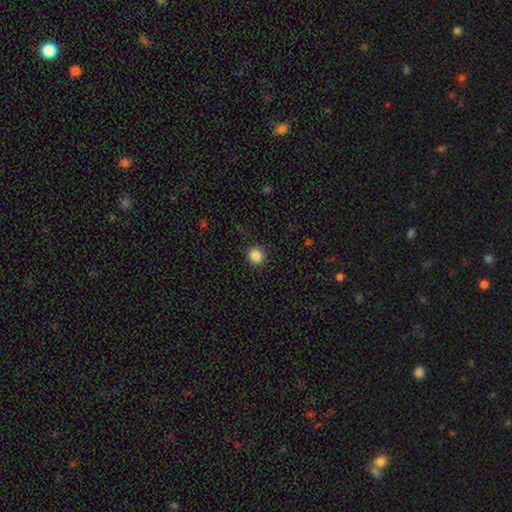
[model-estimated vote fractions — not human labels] This is clearly a smooth galaxy (86%). How rounded: clearly round (93%). Merging: clearly none (91%).